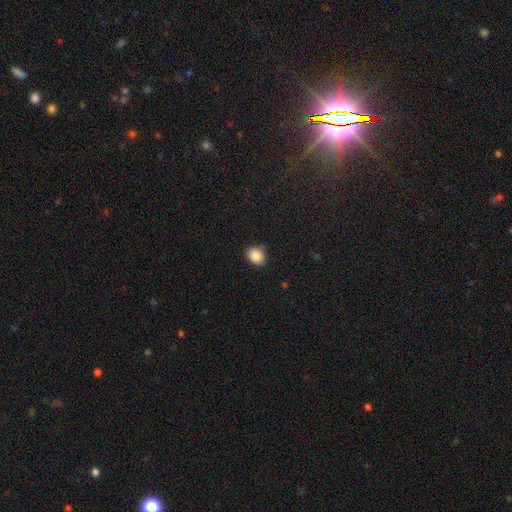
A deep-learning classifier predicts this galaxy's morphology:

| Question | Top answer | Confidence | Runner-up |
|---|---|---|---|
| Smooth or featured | smooth | 88% | star or artifact (9%) |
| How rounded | round | 53% | in between (46%) |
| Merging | none | 75% | minor disturbance (20%) |